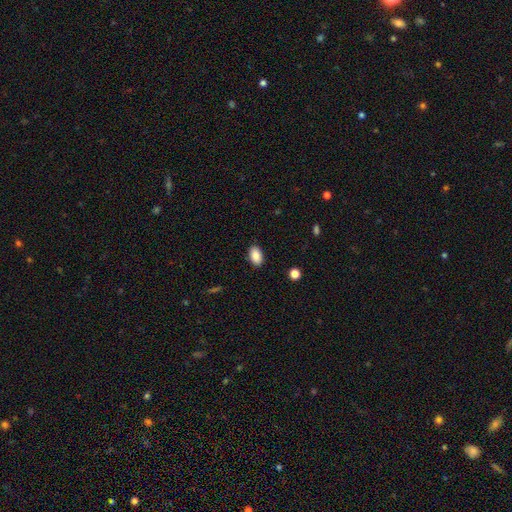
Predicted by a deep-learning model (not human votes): Overall: smooth (88%). How rounded: in between (92%). Merging: none (88%).